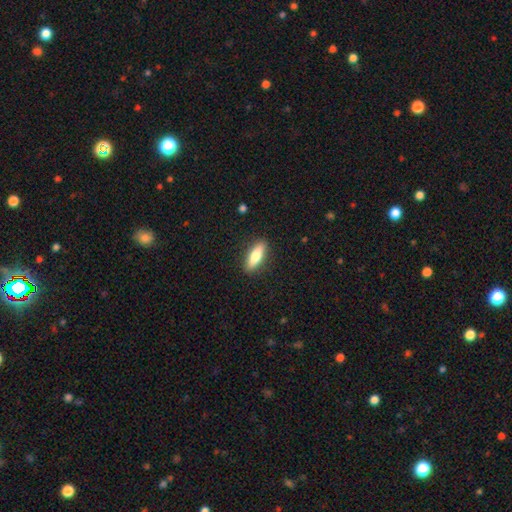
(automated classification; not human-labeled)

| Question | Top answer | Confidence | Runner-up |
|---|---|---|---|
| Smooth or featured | smooth | 72% | featured or disk (22%) |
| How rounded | in between | 57% | cigar-shaped (41%) |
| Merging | none | 89% | minor disturbance (8%) |